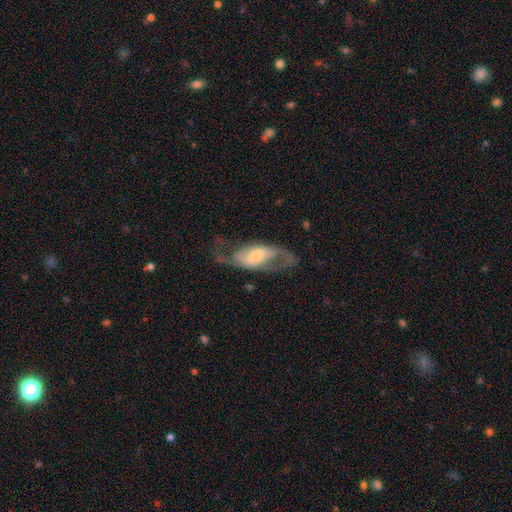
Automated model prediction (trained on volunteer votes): This is likely a featured or disk galaxy (78%). It is clearly not viewed edge-on (91%). Bar: marginally weak (42%). Spiral arm pattern: clearly yes (88%). Spiral arm count: clearly 2 (87%). Spiral winding: possibly loose (48%). Central bulge: marginally moderate (34%). Merging: likely none (60%).